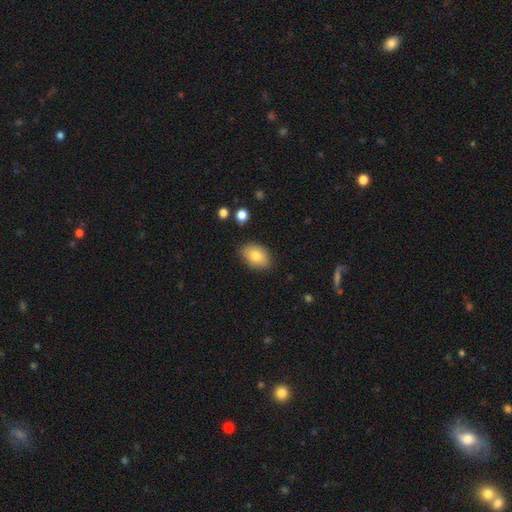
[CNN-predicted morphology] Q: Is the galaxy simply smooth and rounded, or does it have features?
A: smooth — 81%.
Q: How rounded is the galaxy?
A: in between — 83%.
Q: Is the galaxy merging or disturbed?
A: none — 82%.